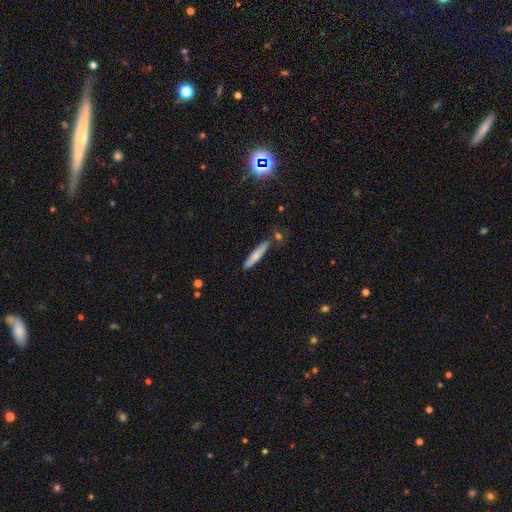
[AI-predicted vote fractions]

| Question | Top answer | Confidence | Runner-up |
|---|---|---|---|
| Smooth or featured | smooth | 73% | featured or disk (21%) |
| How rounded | cigar-shaped | 92% | in between (7%) |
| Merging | none | 79% | minor disturbance (13%) |